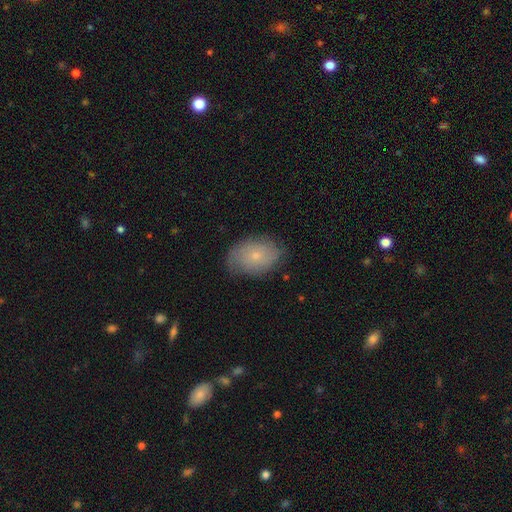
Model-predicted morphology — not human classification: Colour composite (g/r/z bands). It shows a smooth galaxy with no disk features (60%) that is in between round and cigar-shaped (81%). Merging: none (74%).